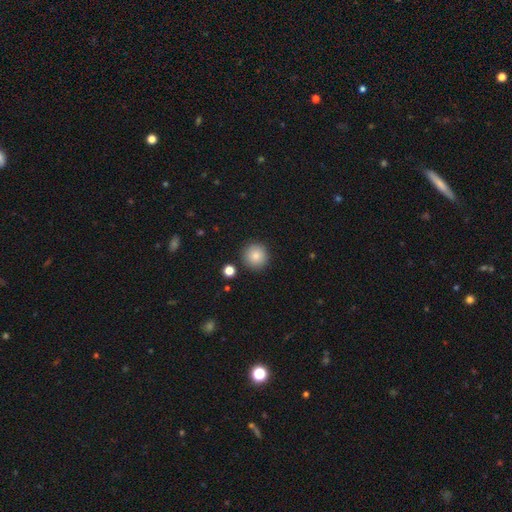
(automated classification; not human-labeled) This is clearly a smooth galaxy (85%). How rounded: clearly round (95%). Merging: clearly none (90%).